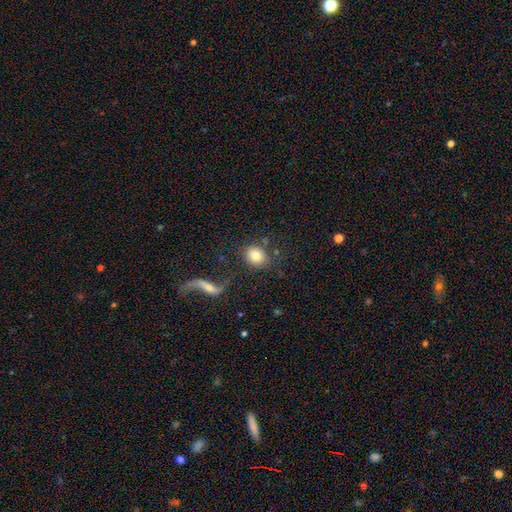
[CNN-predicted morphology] A smooth galaxy with no disk features (79%) that is round (70%). Merging: none (74%).